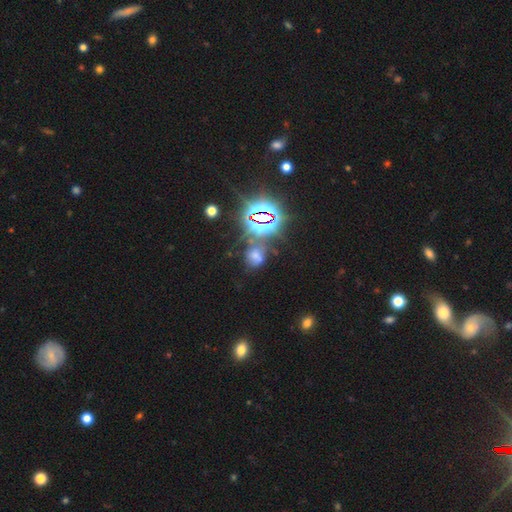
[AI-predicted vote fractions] Q: Smooth or featured?
A: star or artifact (50%); runner-up: smooth (36%)